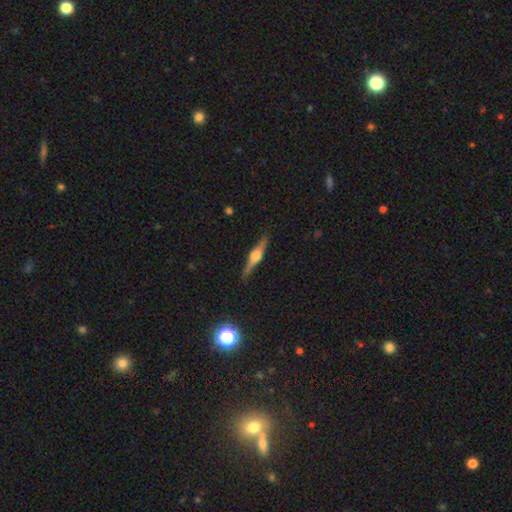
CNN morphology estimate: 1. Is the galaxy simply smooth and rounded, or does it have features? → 78% featured or disk, 16% smooth, 6% star or artifact.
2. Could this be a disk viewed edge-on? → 98% yes, 2% no.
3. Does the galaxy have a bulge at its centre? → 93% rounded, 5% boxy, 2% none.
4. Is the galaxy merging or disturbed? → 89% none, 8% minor disturbance, 2% major disturbance, 1% merger.